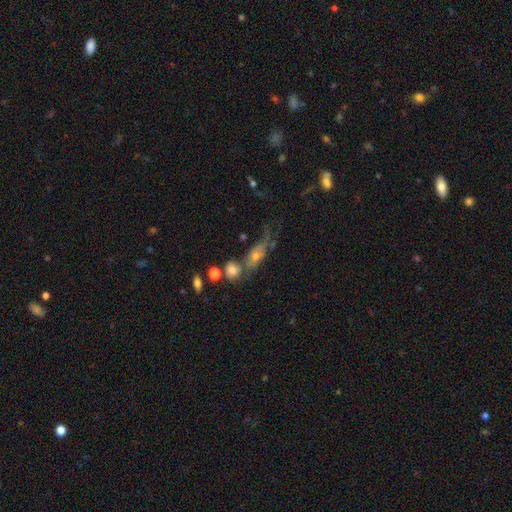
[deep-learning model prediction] Smooth or featured? smooth (46%)
Merging? merger (30%)